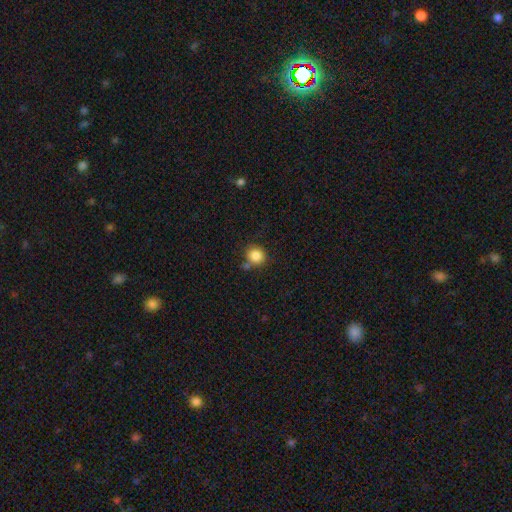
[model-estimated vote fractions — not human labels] smooth-or-featured: smooth: 85% | star or artifact: 10% | featured or disk: 4%
  how-rounded: round: 86% | in between: 13% | cigar-shaped: 1%
  merging: none: 72% | merger: 12% | minor disturbance: 12% | major disturbance: 4%